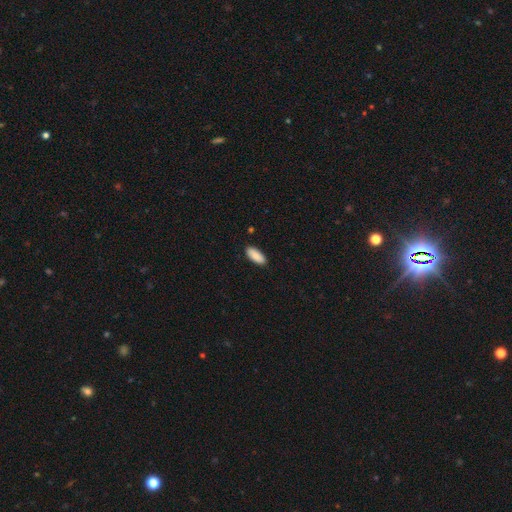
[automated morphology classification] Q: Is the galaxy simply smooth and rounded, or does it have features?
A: smooth — 88%.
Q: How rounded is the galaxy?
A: in between — 85%.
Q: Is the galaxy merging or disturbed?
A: none — 88%.